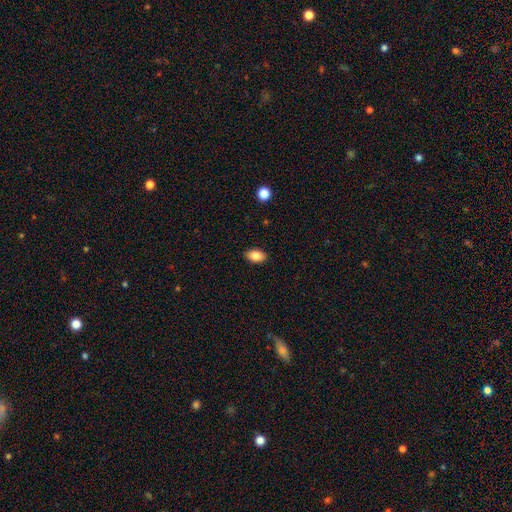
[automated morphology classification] smooth_or_featured: smooth (p=0.84) [alt: star or artifact p=0.08]
how_rounded: in between (p=0.91) [alt: round p=0.08]
merging: none (p=0.89) [alt: minor disturbance p=0.08]